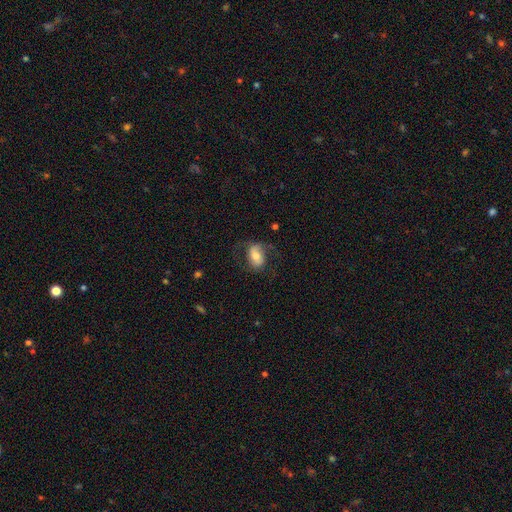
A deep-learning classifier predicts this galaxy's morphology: This is possibly a smooth galaxy (52%). How rounded: likely in between (78%). Merging: likely none (62%).